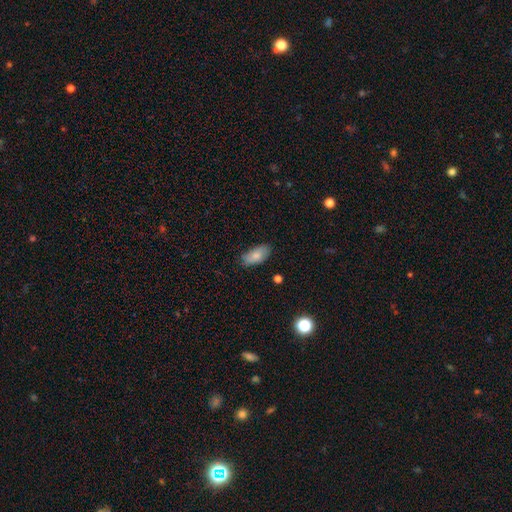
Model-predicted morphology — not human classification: Smooth or featured? Predicted: smooth (p=0.82). How rounded? Predicted: in between (p=0.92). Merging? Predicted: none (p=0.76).